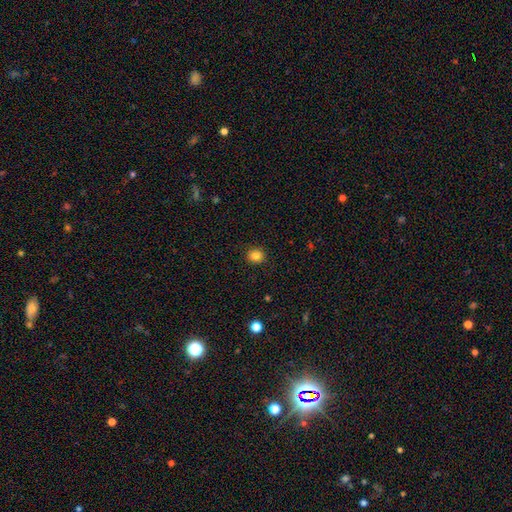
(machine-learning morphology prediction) Q: Smooth or featured?
A: smooth (85%); runner-up: star or artifact (11%)
Q: How rounded?
A: round (83%); runner-up: in between (16%)
Q: Merging?
A: none (91%); runner-up: minor disturbance (6%)